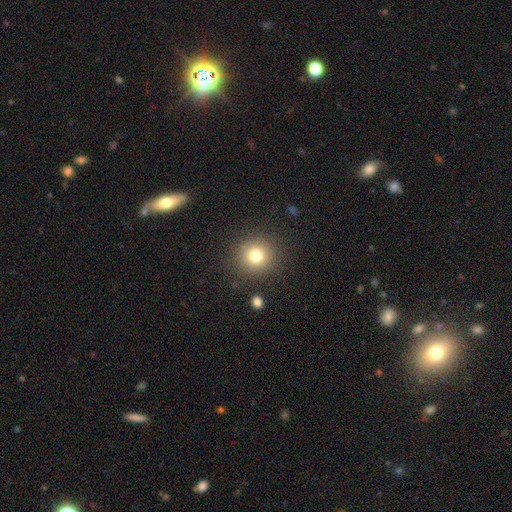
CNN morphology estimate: This is likely a smooth galaxy (77%). How rounded: clearly round (91%). Merging: clearly none (87%).